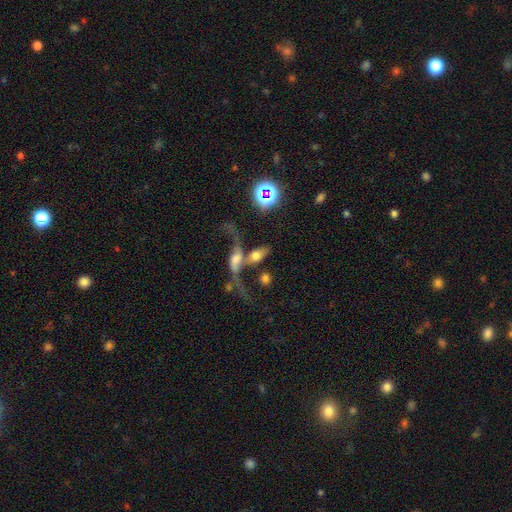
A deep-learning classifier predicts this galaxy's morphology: type=smooth (44%); merging=merger (60%).